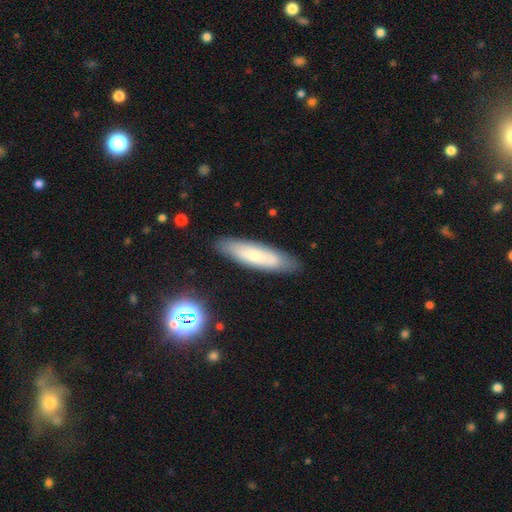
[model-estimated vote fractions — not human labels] Overall: smooth (61%; featured or disk 31%). How rounded: cigar-shaped (68%; in between 30%). Merging: none (83%).